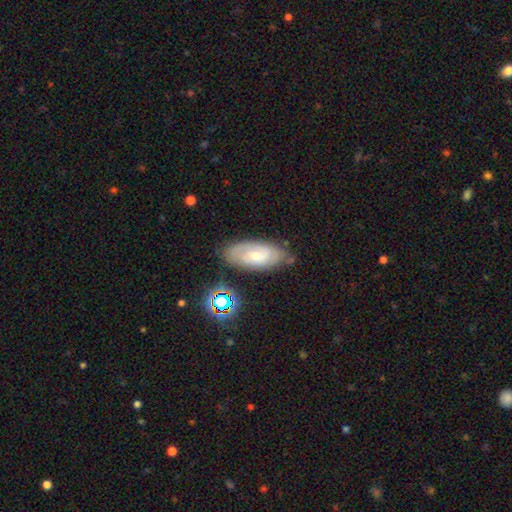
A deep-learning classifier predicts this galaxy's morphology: smooth-or-featured: featured or disk: 63% | smooth: 27% | star or artifact: 10%
  disk-edge-on: no: 90% | yes: 10%
    bar: no: 52% | weak: 39% | strong: 9%
    has-spiral-arms: yes: 84% | no: 16%
    bulge-size: small: 53% | moderate: 42% | large: 2% | none: 2% | dominant: 1%
  merging: none: 74% | minor disturbance: 18% | major disturbance: 4% | merger: 3%